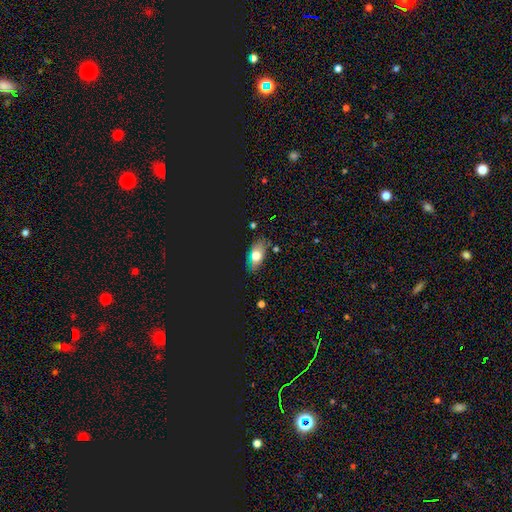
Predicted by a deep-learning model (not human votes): A smooth galaxy with no disk features (60%) that is in between round and cigar-shaped (84%). Merging: none (79%).